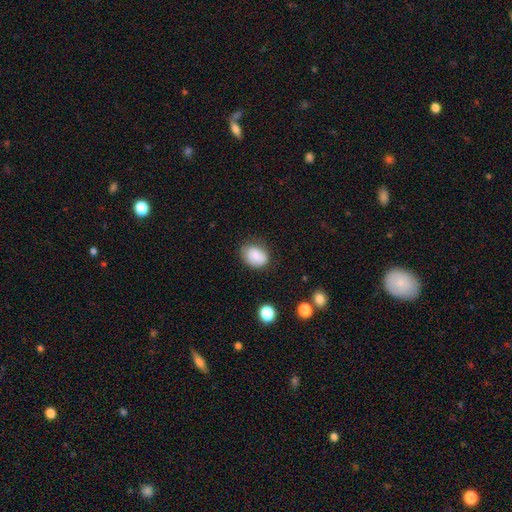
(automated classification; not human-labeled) Smooth or featured?
  - smooth: 80% *
  - featured or disk: 11%
  - star or artifact: 9%
How rounded?
  - in between: 65% *
  - round: 34%
  - cigar-shaped: 1%
Merging?
  - none: 69% *
  - minor disturbance: 23%
  - major disturbance: 6%
  - merger: 2%